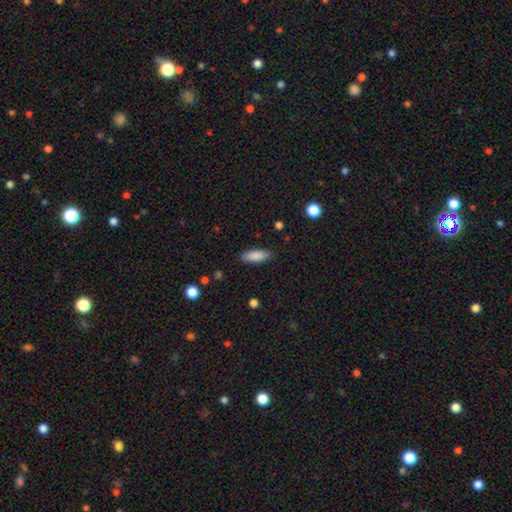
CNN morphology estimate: smooth_or_featured: smooth (p=0.87) [alt: star or artifact p=0.07]
how_rounded: in between (p=0.68) [alt: cigar-shaped p=0.30]
merging: none (p=0.87) [alt: minor disturbance p=0.09]